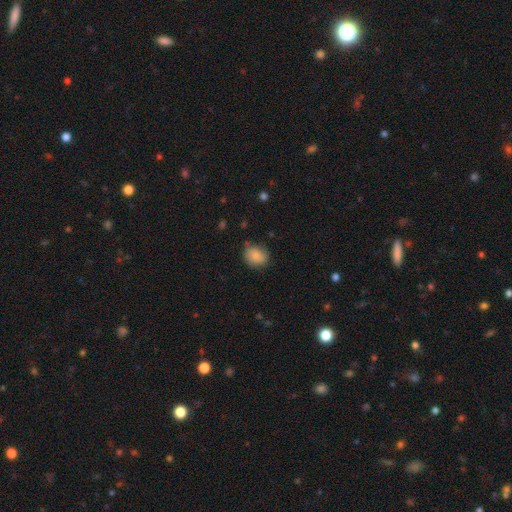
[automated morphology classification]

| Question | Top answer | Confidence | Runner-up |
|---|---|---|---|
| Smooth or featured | smooth | 81% | featured or disk (11%) |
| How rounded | round | 63% | in between (36%) |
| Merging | none | 72% | minor disturbance (21%) |